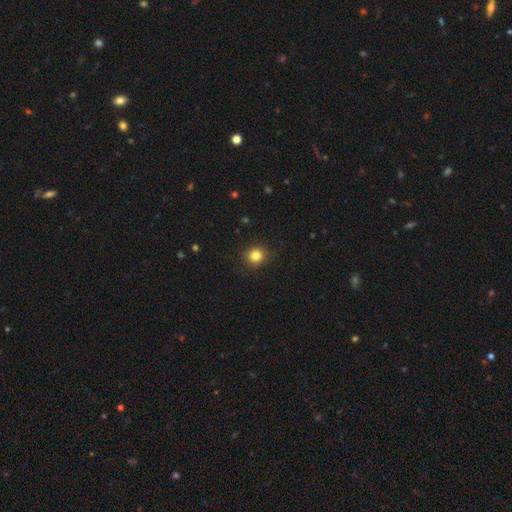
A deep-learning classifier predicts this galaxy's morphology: A smooth galaxy with no disk features (83%) that is round (87%). Merging: none (90%).